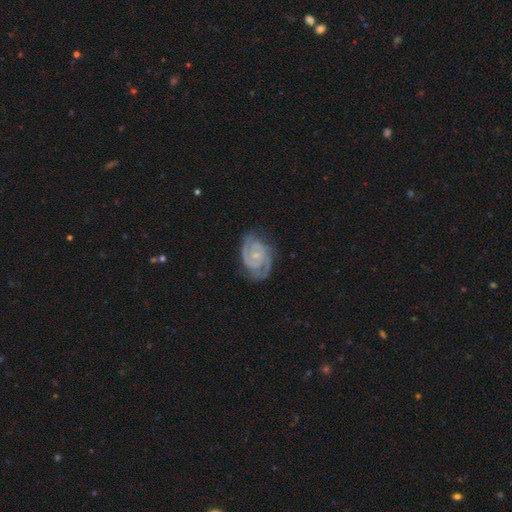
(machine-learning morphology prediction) This appears to be a featured or disk galaxy (91%) with no bar (60%), 2 (71%) tight (62%) spiral arms (98%) and a small central bulge (71%). Merging: none (74%).